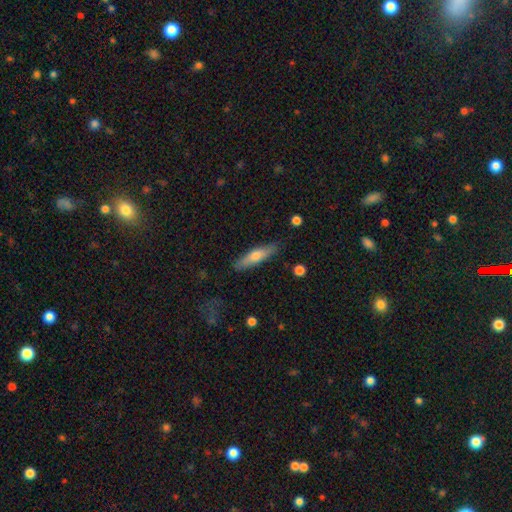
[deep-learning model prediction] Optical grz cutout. It shows a smooth galaxy with no disk features (60%) that is cigar-shaped (78%). Merging: none (85%).